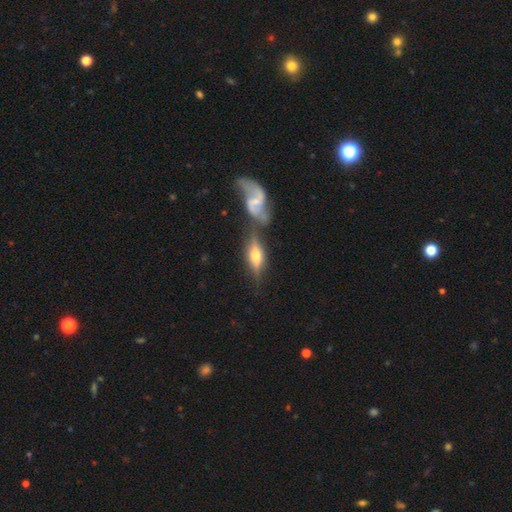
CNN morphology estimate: Overall: featured or disk (65%; smooth 28%). Edge-on disk: yes (83%). Edge-on bulge: rounded (88%). Merging: none (49%; merger 30%).